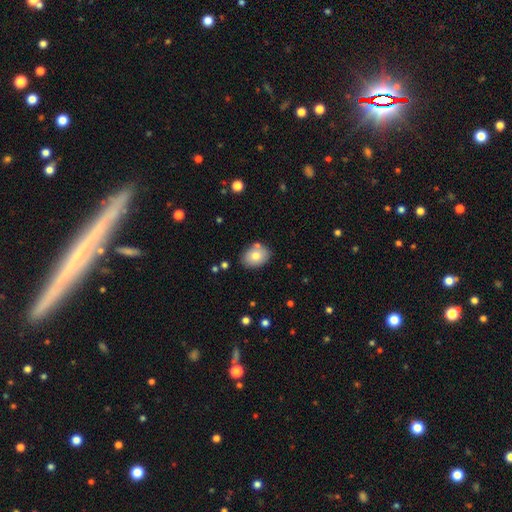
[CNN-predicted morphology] Smooth or featured? smooth (75%)
How rounded? in between (72%)
Merging? none (79%)